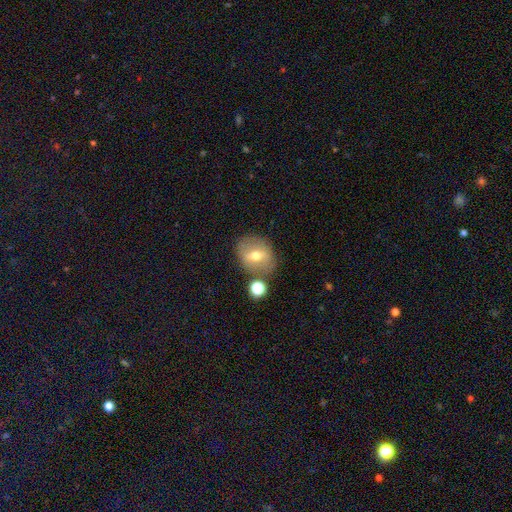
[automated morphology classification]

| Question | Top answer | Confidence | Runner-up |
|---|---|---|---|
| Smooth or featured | smooth | 49% | featured or disk (41%) |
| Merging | none | 73% | minor disturbance (13%) |